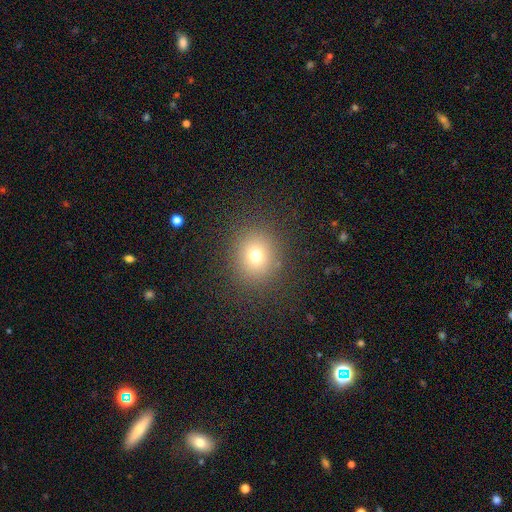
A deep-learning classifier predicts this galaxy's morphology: Smooth or featured? Predicted: smooth (p=0.71). How rounded? Predicted: round (p=0.82). Merging? Predicted: none (p=0.87).